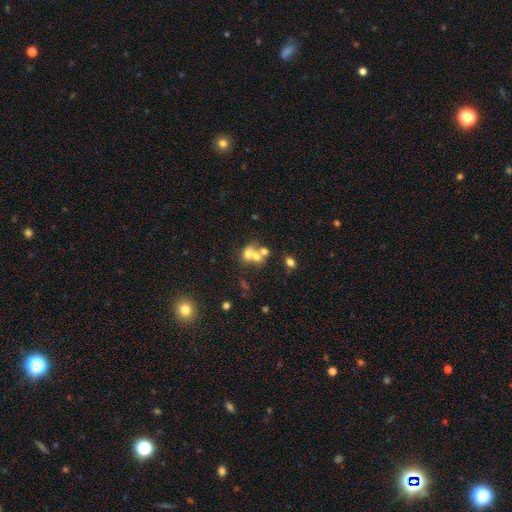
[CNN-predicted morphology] A smooth galaxy with no disk features (59%) that is round (58%). Merging: merger (59%).